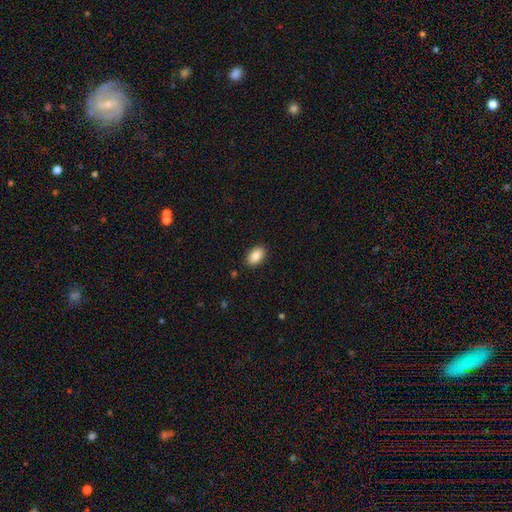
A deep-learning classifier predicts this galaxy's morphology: Smooth or featured? Predicted: smooth (p=0.87). How rounded? Predicted: in between (p=0.91). Merging? Predicted: none (p=0.89).